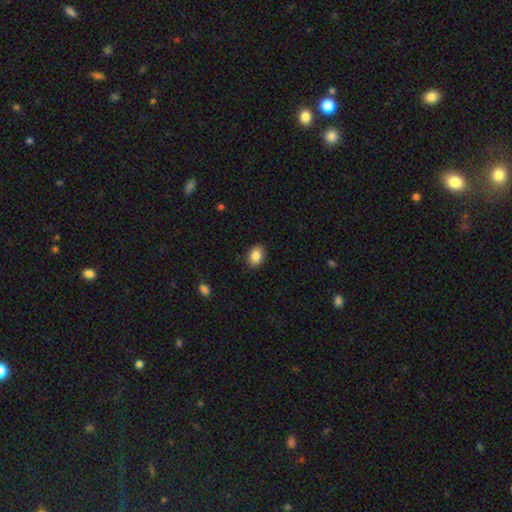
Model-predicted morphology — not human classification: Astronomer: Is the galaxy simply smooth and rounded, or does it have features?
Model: smooth — 87%.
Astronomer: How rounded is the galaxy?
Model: in between — 84%.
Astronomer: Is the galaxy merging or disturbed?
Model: none — 88%.